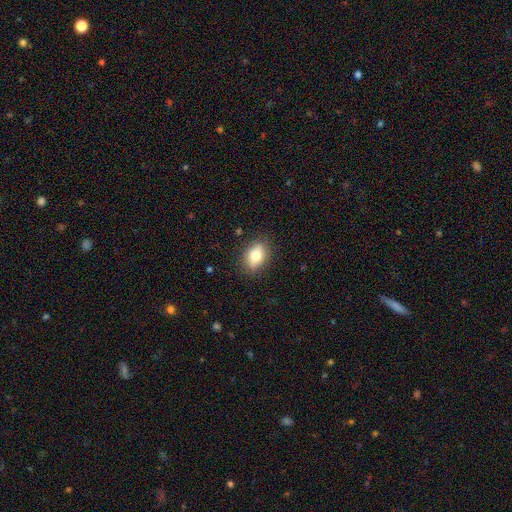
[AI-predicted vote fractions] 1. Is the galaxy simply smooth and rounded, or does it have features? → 71% smooth, 20% featured or disk, 8% star or artifact.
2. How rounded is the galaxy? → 76% in between, 20% round, 4% cigar-shaped.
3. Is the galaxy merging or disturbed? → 84% none, 12% minor disturbance, 3% major disturbance, 1% merger.